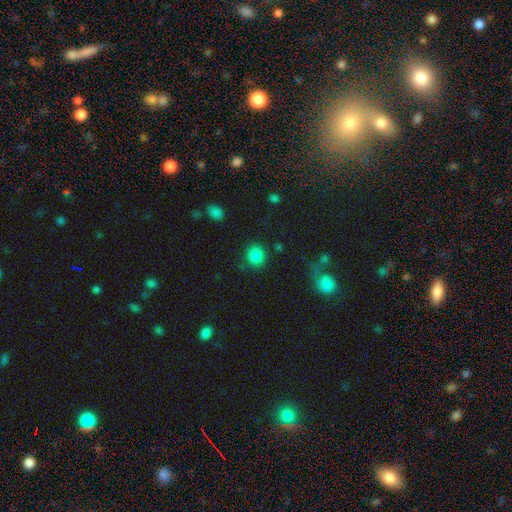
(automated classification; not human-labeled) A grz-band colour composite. It shows a smooth galaxy with no disk features (86%) that is round (85%). Merging: none (86%).